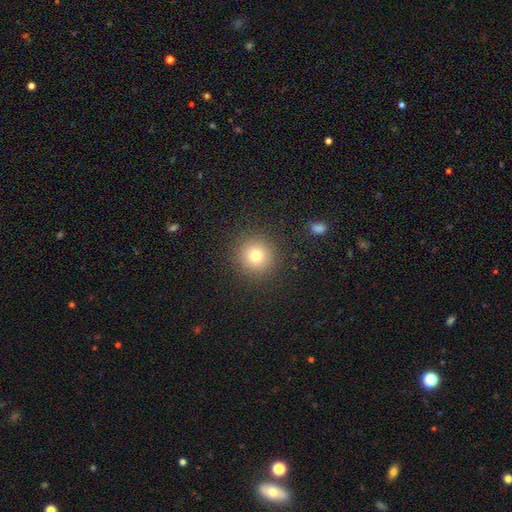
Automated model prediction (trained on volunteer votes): Smooth or featured? smooth (77%)
How rounded? round (94%)
Merging? none (90%)